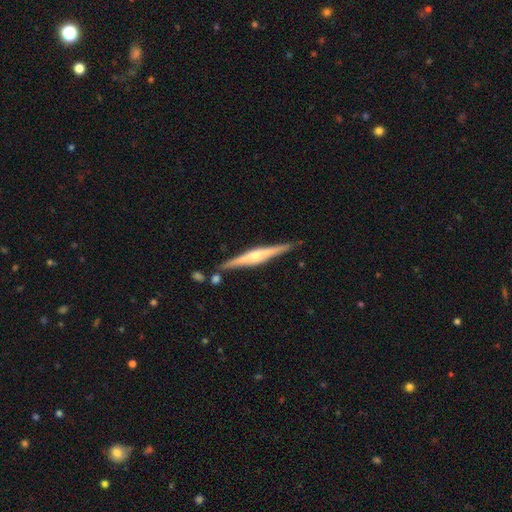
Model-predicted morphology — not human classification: Smooth or featured?
  - featured or disk: 81% *
  - smooth: 14%
  - star or artifact: 6%
Edge-on disk?
  - yes: 98% *
  - no: 2%
Edge-on bulge?
  - rounded: 77% *
  - boxy: 14%
  - none: 9%
Merging?
  - none: 85% *
  - minor disturbance: 9%
  - merger: 4%
  - major disturbance: 2%